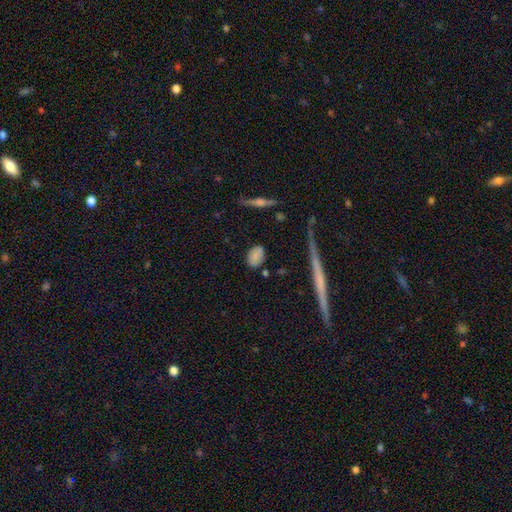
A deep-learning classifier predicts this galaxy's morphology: A smooth galaxy with no disk features (80%) that is in between round and cigar-shaped (80%).

Vote fractions:
- Smooth or featured? smooth: 80% / featured or disk: 11% / star or artifact: 8%
- How rounded? in between: 80% / round: 16% / cigar-shaped: 3%
- Merging? none: 78% / minor disturbance: 15% / major disturbance: 4% / merger: 2%